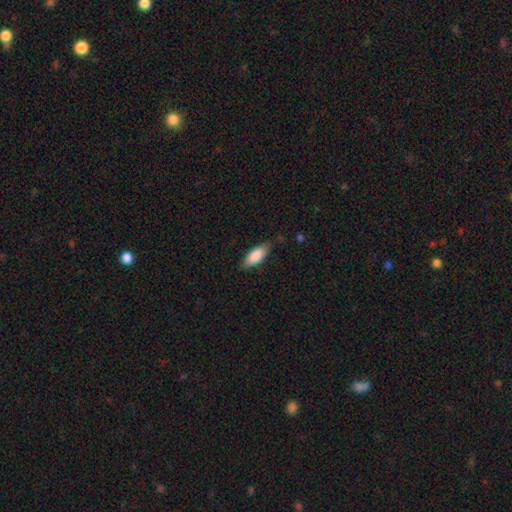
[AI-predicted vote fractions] smooth-or-featured: smooth: 83% | featured or disk: 11% | star or artifact: 6%
  how-rounded: in between: 77% | cigar-shaped: 21% | round: 2%
  merging: none: 79% | minor disturbance: 17% | major disturbance: 3% | merger: 1%